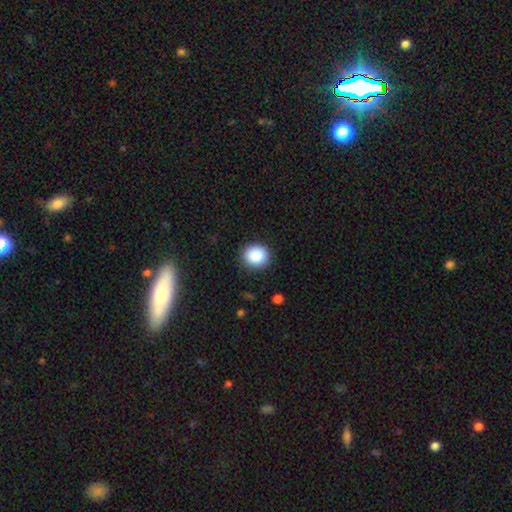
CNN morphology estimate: Q: Smooth or featured?
A: smooth (88%); runner-up: star or artifact (8%)
Q: How rounded?
A: round (85%); runner-up: in between (14%)
Q: Merging?
A: none (89%); runner-up: minor disturbance (8%)